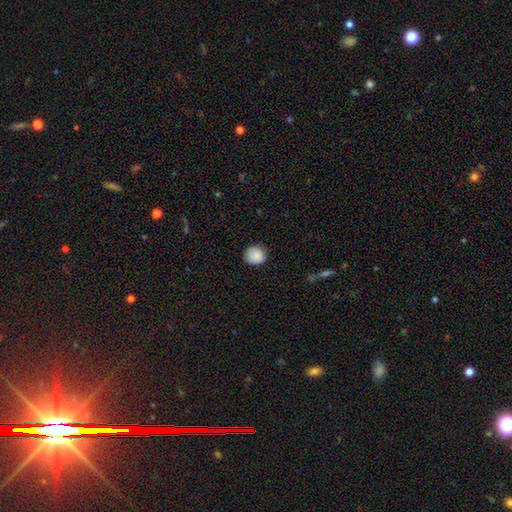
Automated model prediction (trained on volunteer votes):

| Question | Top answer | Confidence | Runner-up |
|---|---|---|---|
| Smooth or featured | smooth | 88% | star or artifact (8%) |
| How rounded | round | 87% | in between (12%) |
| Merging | none | 84% | minor disturbance (12%) |